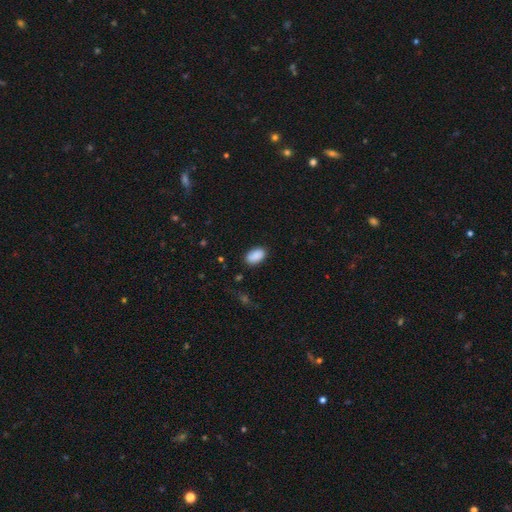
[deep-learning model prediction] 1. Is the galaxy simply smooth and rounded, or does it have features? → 90% smooth, 7% star or artifact, 4% featured or disk.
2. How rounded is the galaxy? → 92% in between, 6% round, 1% cigar-shaped.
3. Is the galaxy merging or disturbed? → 85% none, 11% minor disturbance, 2% major disturbance, 1% merger.